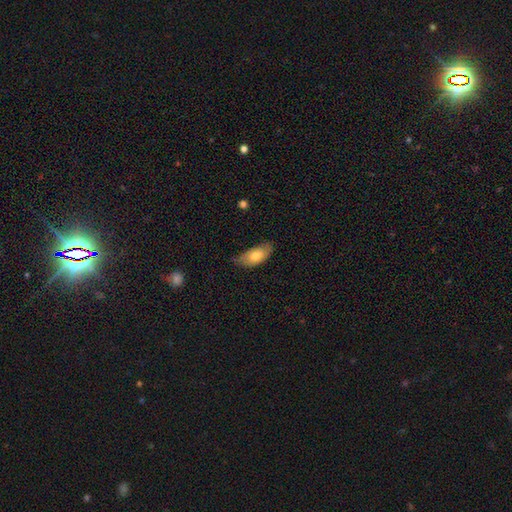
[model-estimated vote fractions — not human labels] A smooth galaxy with no disk features (75%) that is in between round and cigar-shaped (90%).

Vote fractions:
- Smooth or featured? smooth: 75% / featured or disk: 19% / star or artifact: 6%
- How rounded? in between: 90% / cigar-shaped: 7% / round: 3%
- Merging? none: 66% / minor disturbance: 28% / major disturbance: 5% / merger: 1%